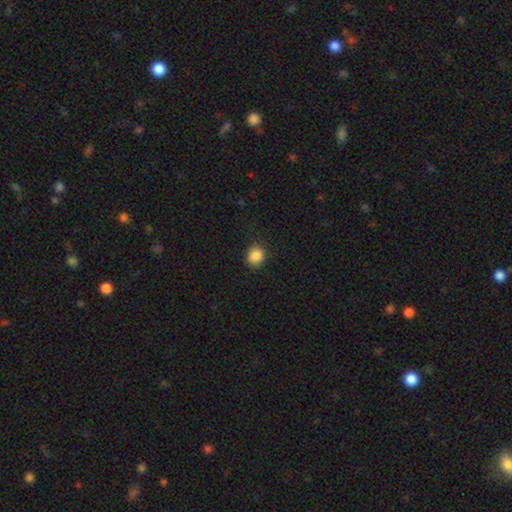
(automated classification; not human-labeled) Q: Smooth or featured?
A: smooth (87%); runner-up: star or artifact (10%)
Q: How rounded?
A: round (78%); runner-up: in between (21%)
Q: Merging?
A: none (83%); runner-up: minor disturbance (13%)